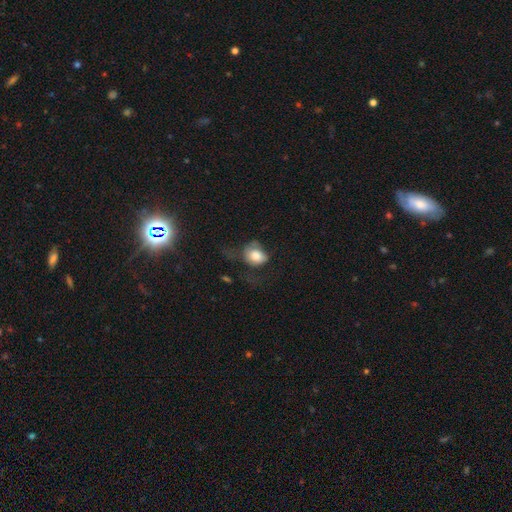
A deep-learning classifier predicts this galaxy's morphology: This appears to be a smooth galaxy with no disk features (75%) that is round (52%). Merging: major disturbance (44%).